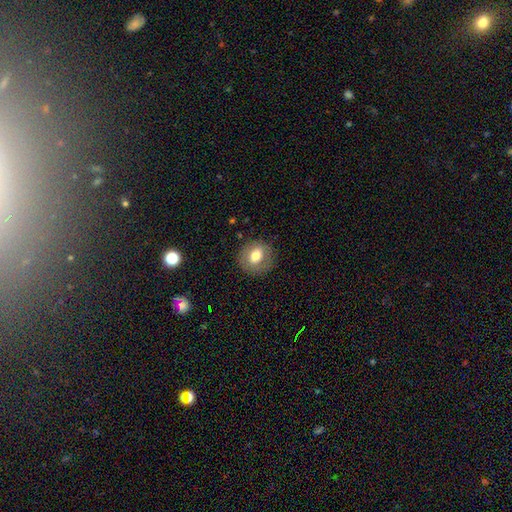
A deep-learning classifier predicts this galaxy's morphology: Overall: smooth (72%). How rounded: round (77%). Merging: none (85%).